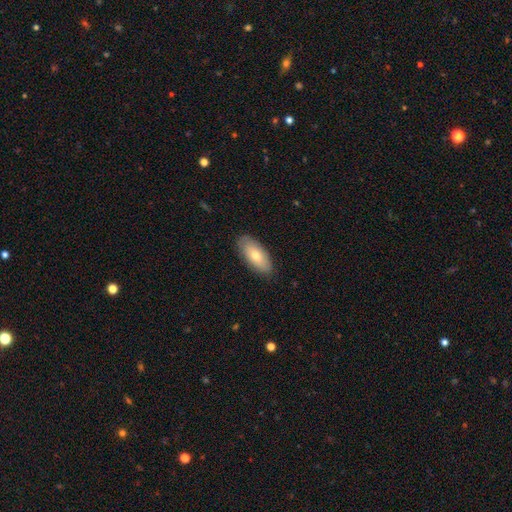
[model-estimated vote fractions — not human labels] This appears to be a smooth galaxy with no disk features (70%) that is in between round and cigar-shaped (87%). Merging: none (85%).